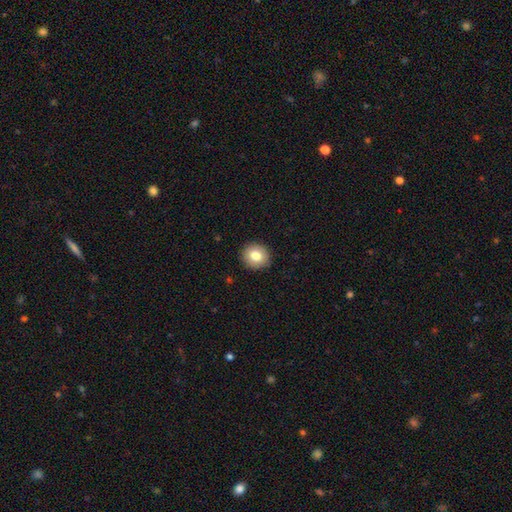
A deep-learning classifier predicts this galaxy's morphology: smooth 80%, featured or disk 11%, star or artifact 9%. Down the decision tree: how rounded — round (85%); merging — none (91%).